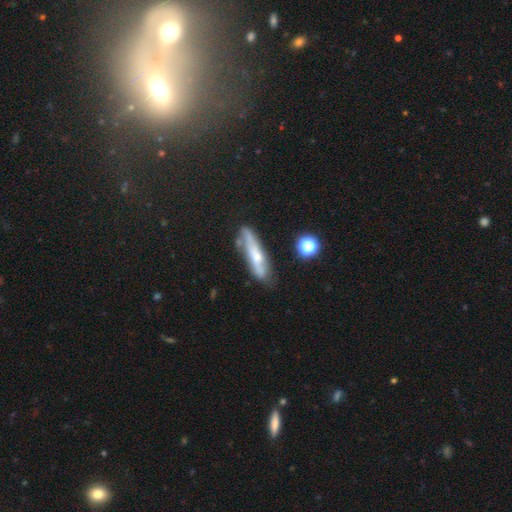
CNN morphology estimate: Smooth or featured?
  - featured or disk: 49% *
  - smooth: 42%
  - star or artifact: 9%
Merging?
  - none: 62% *
  - minor disturbance: 24%
  - major disturbance: 7%
  - merger: 7%